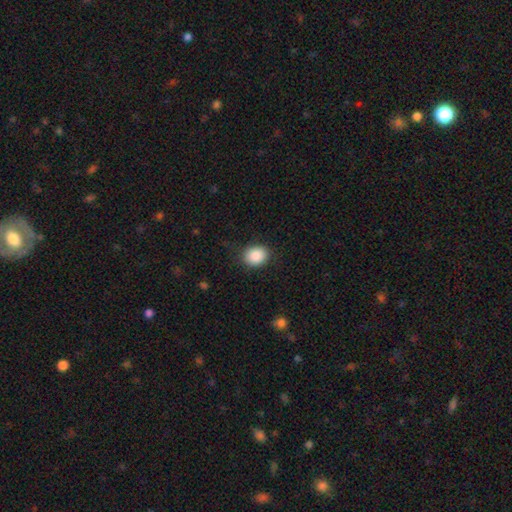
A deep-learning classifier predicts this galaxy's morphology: This is clearly a smooth galaxy (88%). How rounded: possibly round (59%). Merging: clearly none (84%).